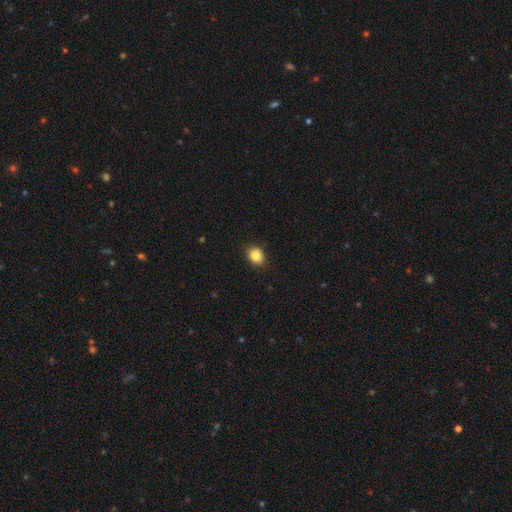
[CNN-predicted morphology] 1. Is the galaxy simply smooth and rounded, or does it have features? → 85% smooth, 10% star or artifact, 6% featured or disk.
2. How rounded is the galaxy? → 52% in between, 47% round, 1% cigar-shaped.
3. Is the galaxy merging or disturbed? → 84% none, 12% minor disturbance, 2% major disturbance, 1% merger.